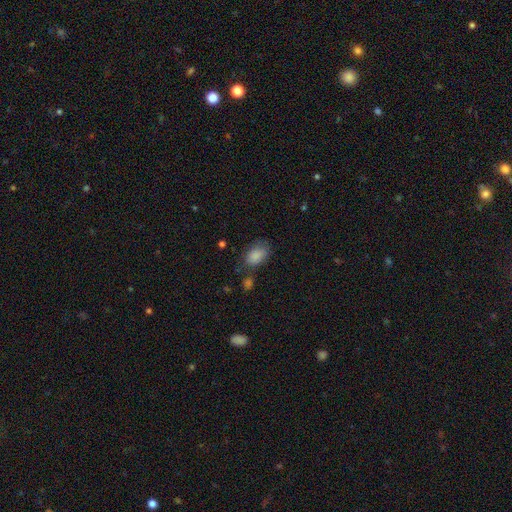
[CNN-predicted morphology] Smooth or featured? Predicted: smooth (p=0.86). How rounded? Predicted: in between (p=0.89). Merging? Predicted: none (p=0.65).